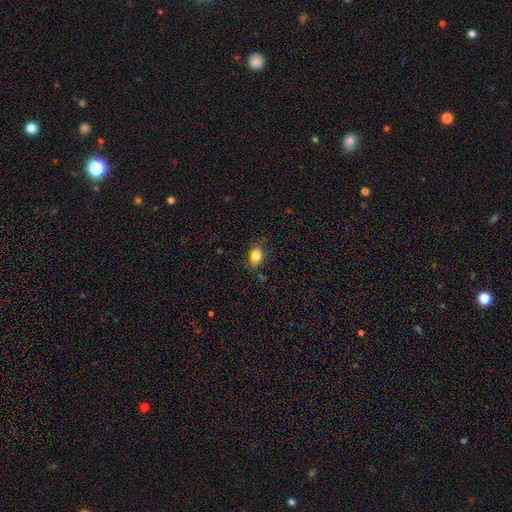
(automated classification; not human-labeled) A smooth galaxy with no disk features (80%) that is in between round and cigar-shaped (83%). Merging: none (66%).